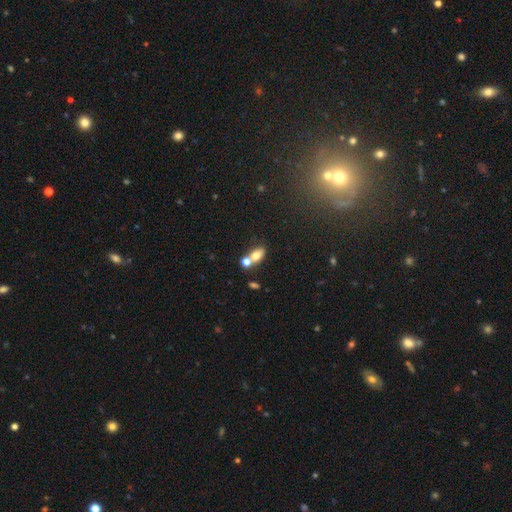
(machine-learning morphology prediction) This is likely a smooth galaxy (73%). How rounded: likely in between (78%). Merging: possibly merger (50%).